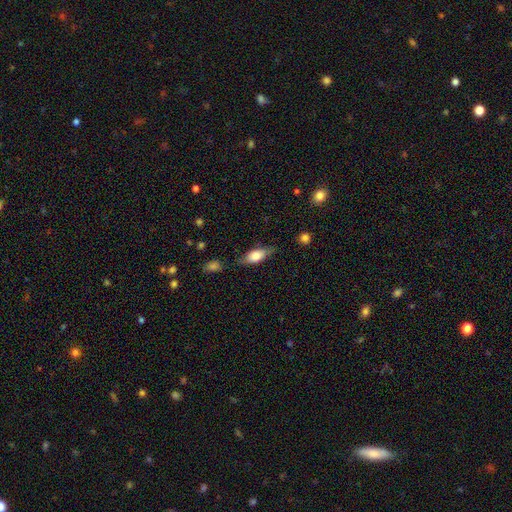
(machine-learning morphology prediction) Smooth or featured: smooth — 70% (featured or disk — 24%)
How rounded: in between — 77% (cigar-shaped — 20%)
Merging: none — 71% (minor disturbance — 21%)